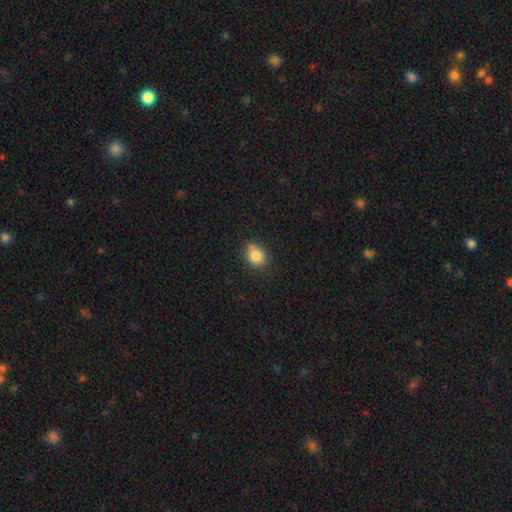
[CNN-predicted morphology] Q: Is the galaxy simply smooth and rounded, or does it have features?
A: smooth — 82%.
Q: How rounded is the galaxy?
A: round — 66%.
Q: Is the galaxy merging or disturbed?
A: none — 70%.